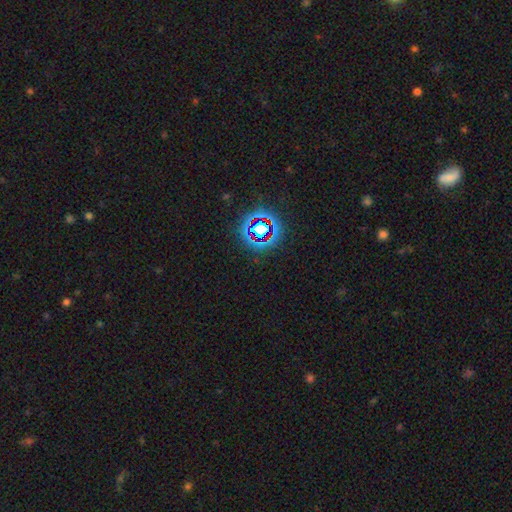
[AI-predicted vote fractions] A star or artifact, not a galaxy (76%).

Vote fractions:
- Smooth or featured? star or artifact: 76% / smooth: 14% / featured or disk: 10%